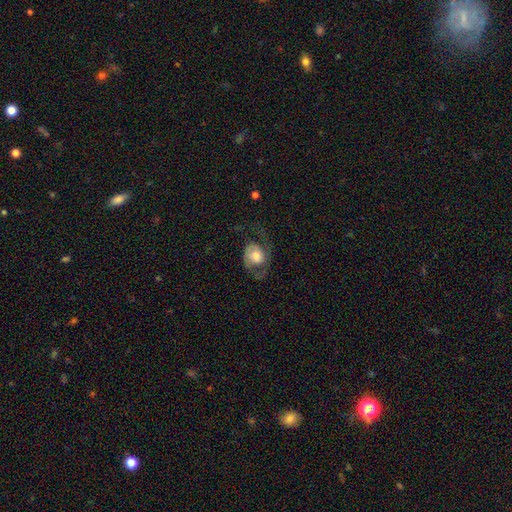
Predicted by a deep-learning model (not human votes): Smooth or featured?
  - featured or disk: 49% *
  - smooth: 44%
  - star or artifact: 7%
Merging?
  - major disturbance: 43% *
  - none: 35%
  - minor disturbance: 20%
  - merger: 2%